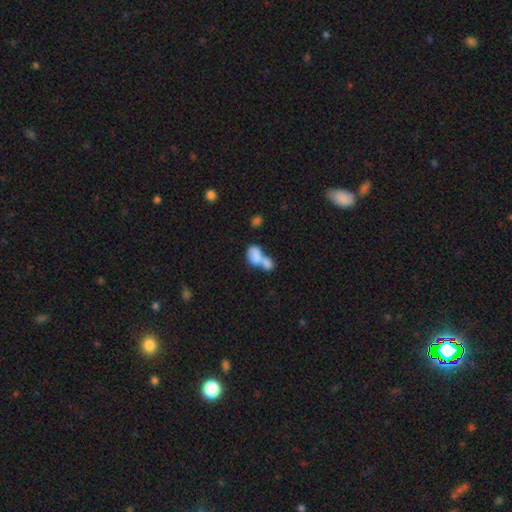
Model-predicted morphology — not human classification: A smooth galaxy with no disk features (77%) that is in between round and cigar-shaped (81%). Merging: merger (75%).